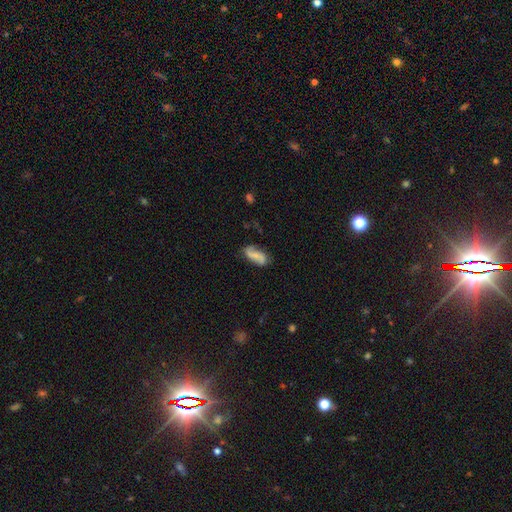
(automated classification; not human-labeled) smooth_or_featured: featured or disk (p=0.46) [tied with: smooth p=0.46]
merging: none (p=0.68) [alt: minor disturbance p=0.22]